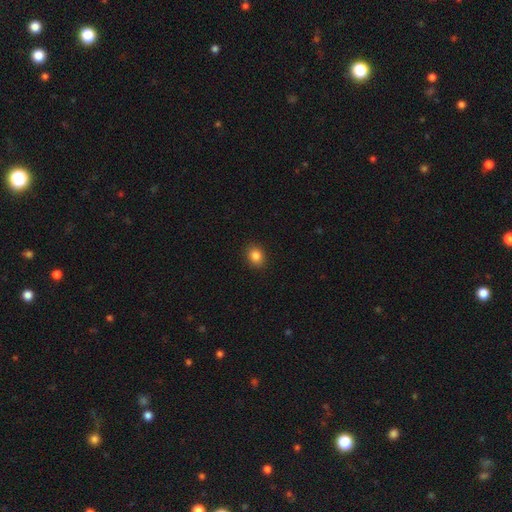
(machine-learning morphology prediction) Smooth or featured? smooth (85%)
How rounded? round (51%)
Merging? none (90%)